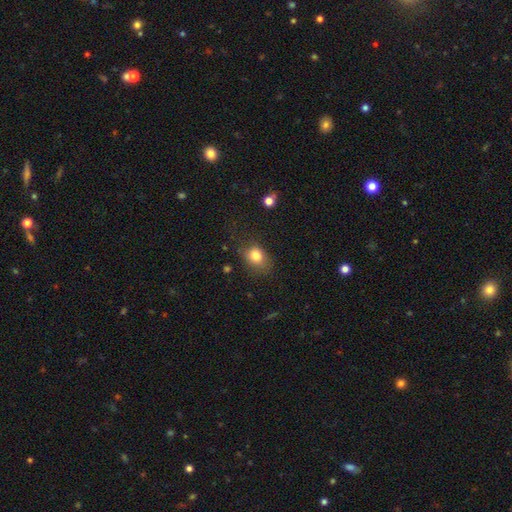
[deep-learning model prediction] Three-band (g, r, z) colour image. It shows a smooth galaxy with no disk features (80%) that is in between round and cigar-shaped (51%). Merging: none (65%).